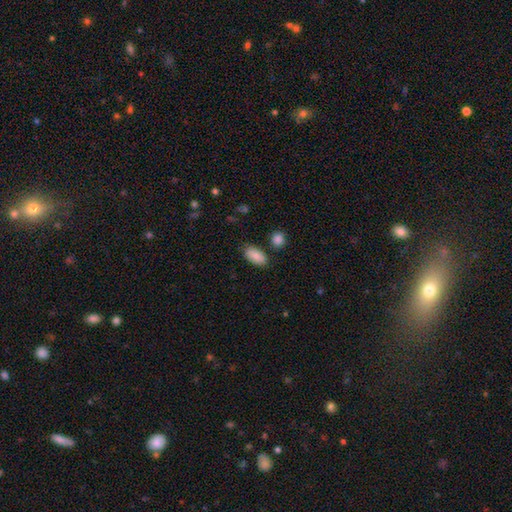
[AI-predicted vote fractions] Smooth or featured: smooth — 88% (star or artifact — 7%)
How rounded: in between — 92% (round — 4%)
Merging: none — 80% (minor disturbance — 13%)